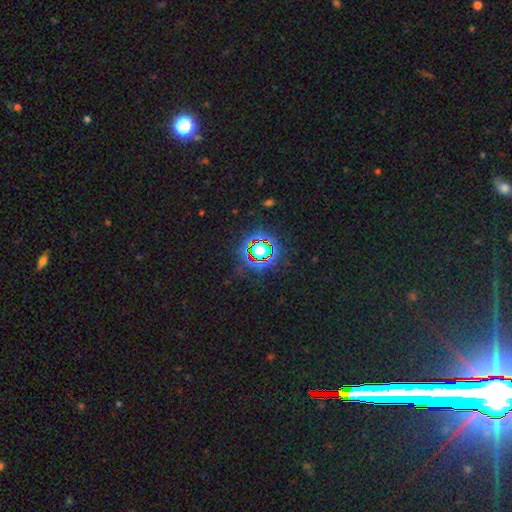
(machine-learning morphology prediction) Smooth or featured?
  - star or artifact: 81% *
  - smooth: 11%
  - featured or disk: 8%